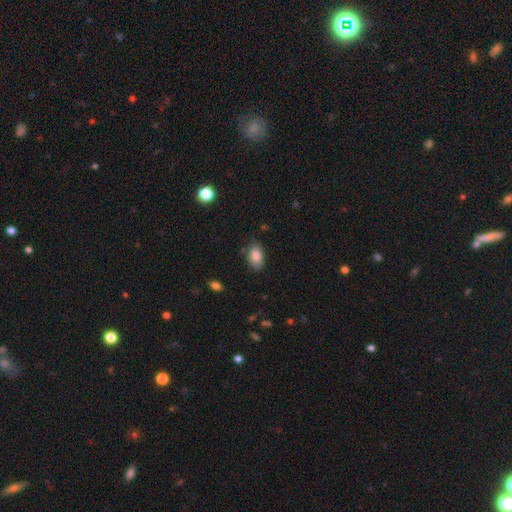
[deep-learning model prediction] Morphology: type=smooth (86%); roundness=in between (92%); merging=none (80%).